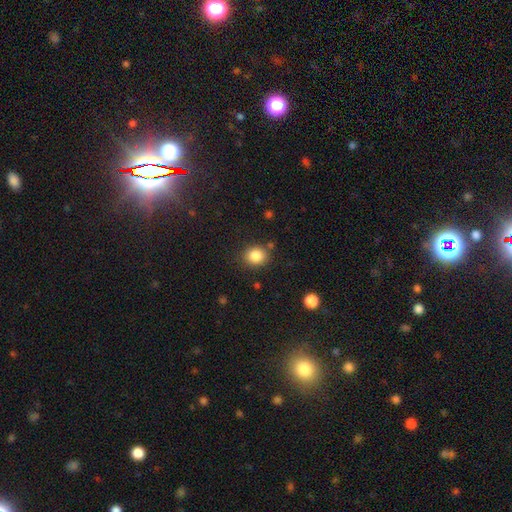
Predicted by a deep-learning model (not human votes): A smooth galaxy with no disk features (86%) that is round (74%).

Vote fractions:
- Smooth or featured? smooth: 86% / star or artifact: 10% / featured or disk: 5%
- How rounded? round: 74% / in between: 25% / cigar-shaped: 1%
- Merging? none: 83% / minor disturbance: 10% / merger: 4% / major disturbance: 3%